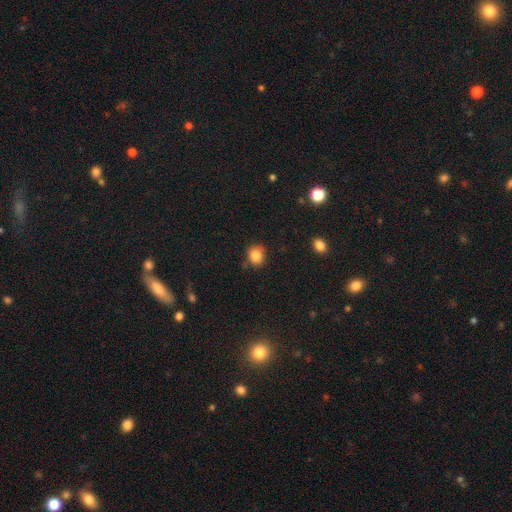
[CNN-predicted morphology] smooth-or-featured: smooth: 85% | star or artifact: 10% | featured or disk: 5%
  how-rounded: round: 75% | in between: 24% | cigar-shaped: 1%
  merging: none: 79% | minor disturbance: 15% | merger: 3% | major disturbance: 3%